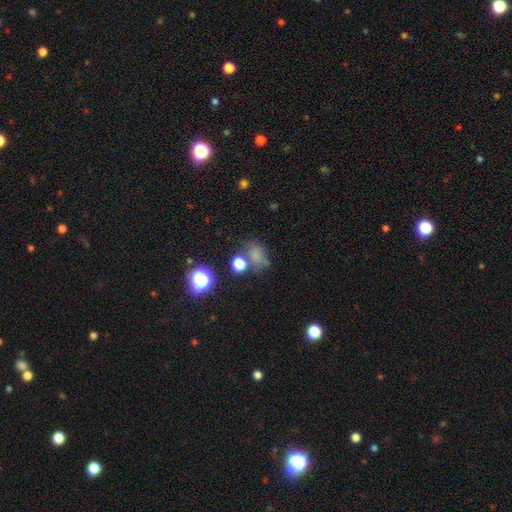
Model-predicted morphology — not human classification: type=smooth (65%); roundness=round (55%); merging=none (51%).